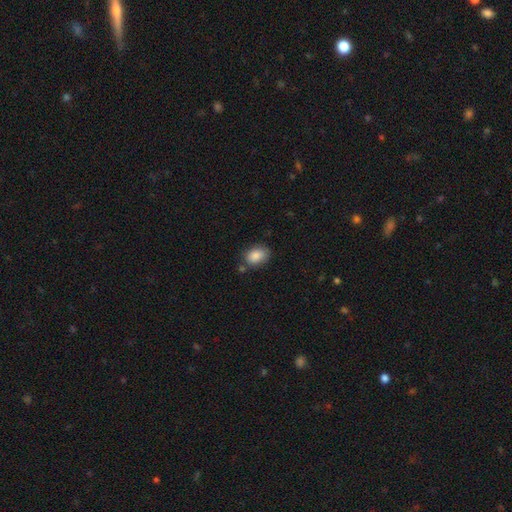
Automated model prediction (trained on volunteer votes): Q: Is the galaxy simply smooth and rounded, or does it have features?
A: smooth — 86%.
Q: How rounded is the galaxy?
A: in between — 78%.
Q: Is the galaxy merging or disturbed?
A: none — 71%.